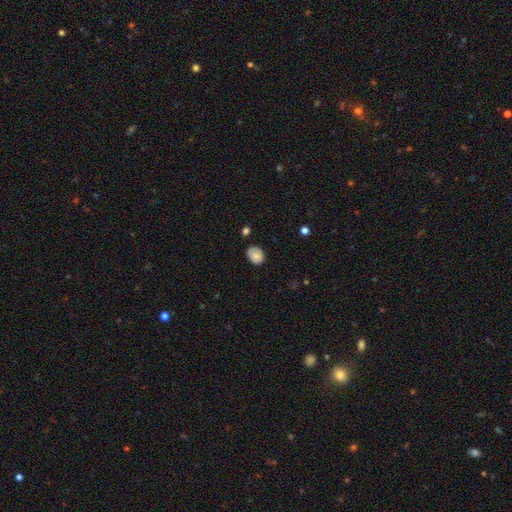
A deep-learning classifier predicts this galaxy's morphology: This appears to be a smooth galaxy with no disk features (81%) that is in between round and cigar-shaped (60%). Merging: none (67%).